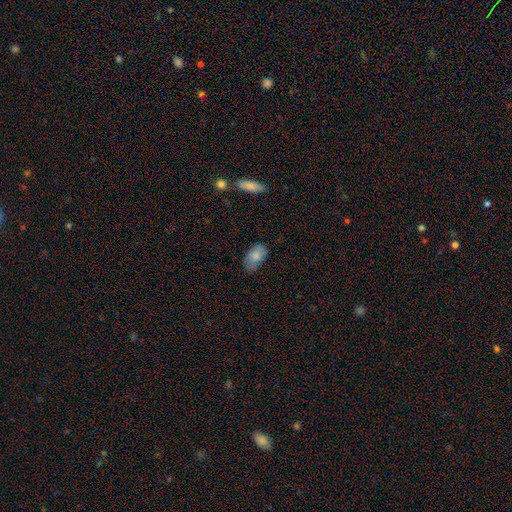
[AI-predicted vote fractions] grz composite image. It shows a smooth galaxy with no disk features (78%) that is in between round and cigar-shaped (92%). Merging: none (62%).